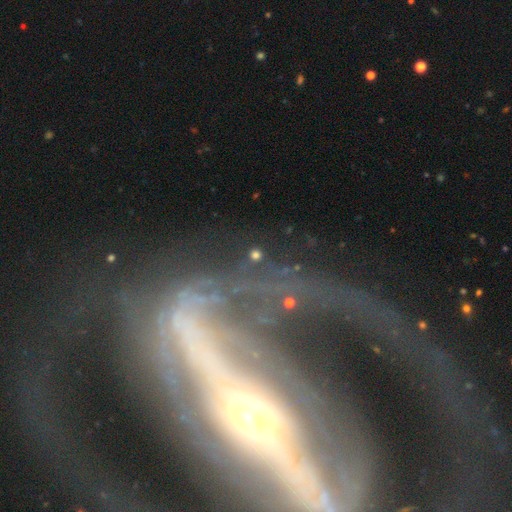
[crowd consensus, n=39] This appears to be a featured or disk galaxy (87%) with a strong bar (93%), 2 (96%) medium (71%) spiral arms (100%) and a moderate central bulge (54%). Merging: none (74%).